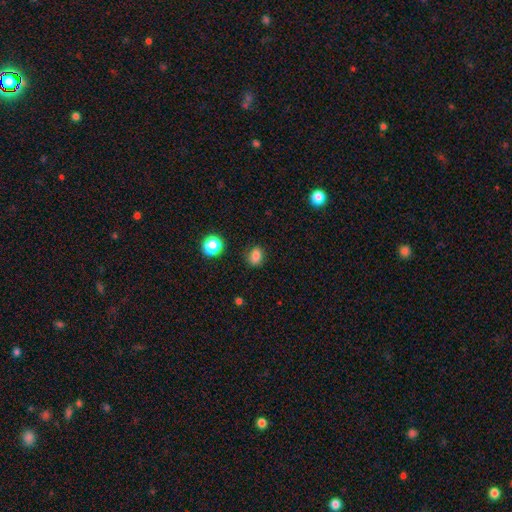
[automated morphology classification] A smooth galaxy with no disk features (82%) that is in between round and cigar-shaped (60%). Merging: none (82%).